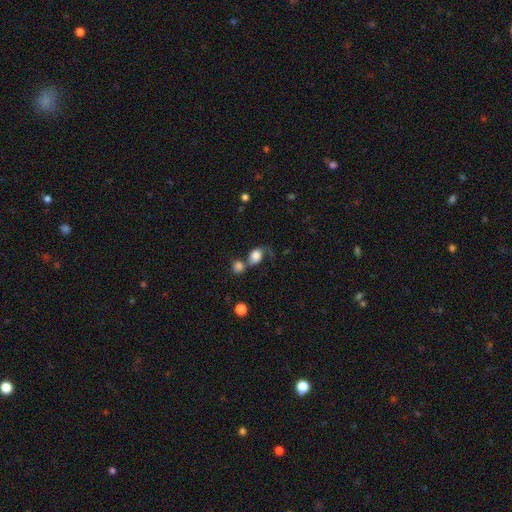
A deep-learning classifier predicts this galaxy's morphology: type=smooth (71%); roundness=in between (56%); merging=merger (45%).